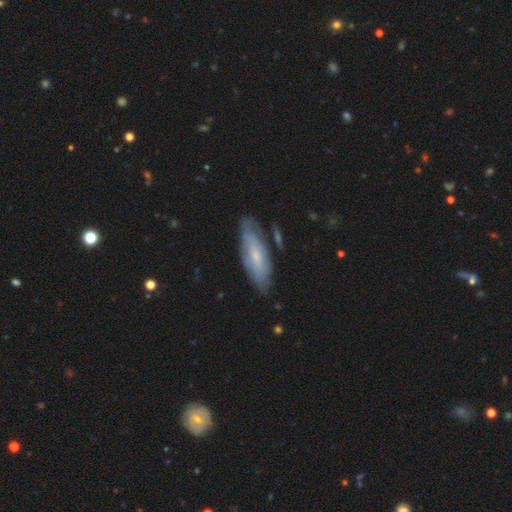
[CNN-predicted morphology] smooth_or_featured: featured or disk (p=0.50) [alt: smooth p=0.43]
merging: none (p=0.74) [alt: minor disturbance p=0.19]